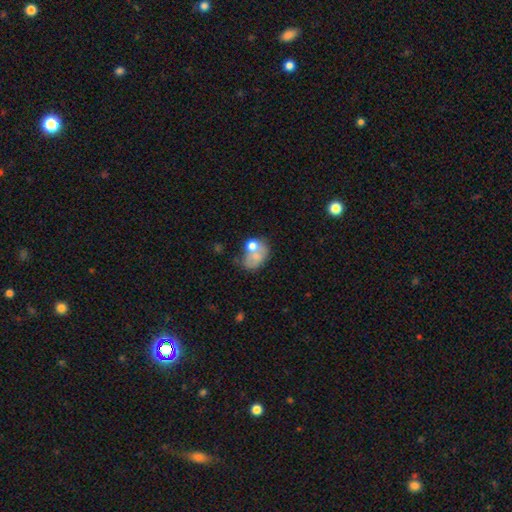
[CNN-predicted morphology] Smooth or featured? Predicted: smooth (p=0.61). How rounded? Predicted: in between (p=0.68). Merging? Predicted: merger (p=0.40).